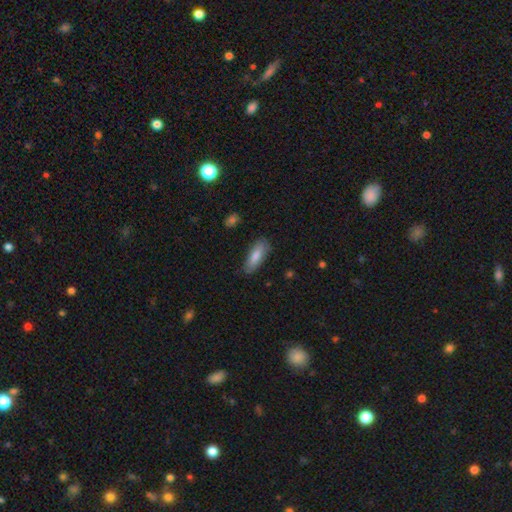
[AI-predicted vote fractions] smooth 76%, featured or disk 16%, star or artifact 7%. Down the decision tree: how rounded — in between (58%); merging — none (81%).